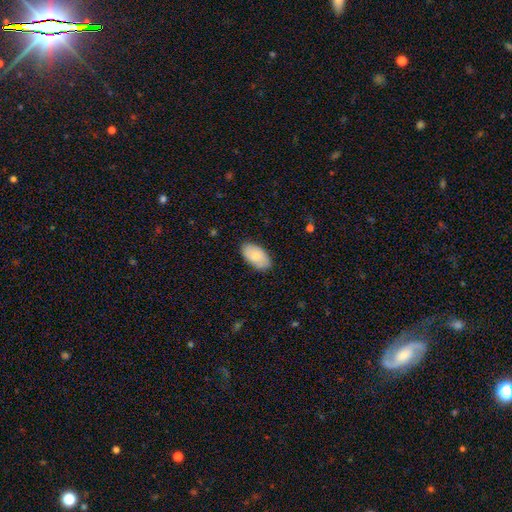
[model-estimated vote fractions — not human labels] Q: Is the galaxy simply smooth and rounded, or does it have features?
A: smooth — 78%.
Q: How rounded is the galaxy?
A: in between — 95%.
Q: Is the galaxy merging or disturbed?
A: none — 83%.